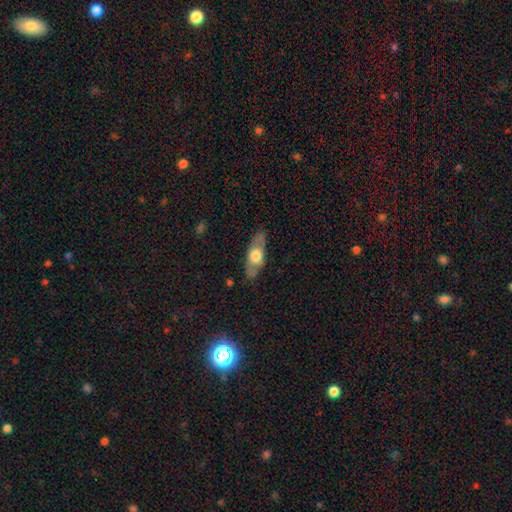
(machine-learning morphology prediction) This appears to be a smooth galaxy with no disk features (48%). Merging: none (79%).